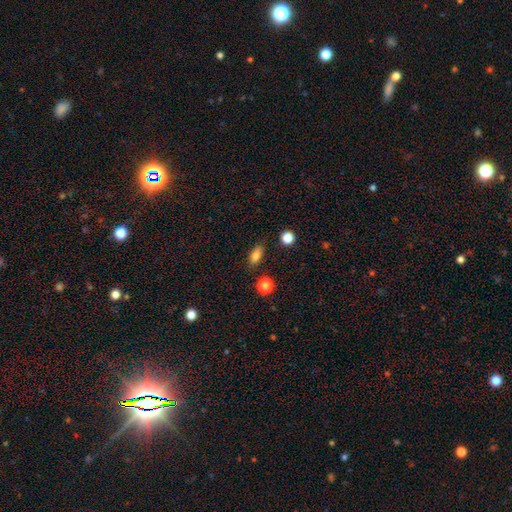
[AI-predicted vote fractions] Smooth or featured: smooth — 82% (star or artifact — 11%)
How rounded: in between — 81% (cigar-shaped — 10%)
Merging: none — 82% (minor disturbance — 12%)